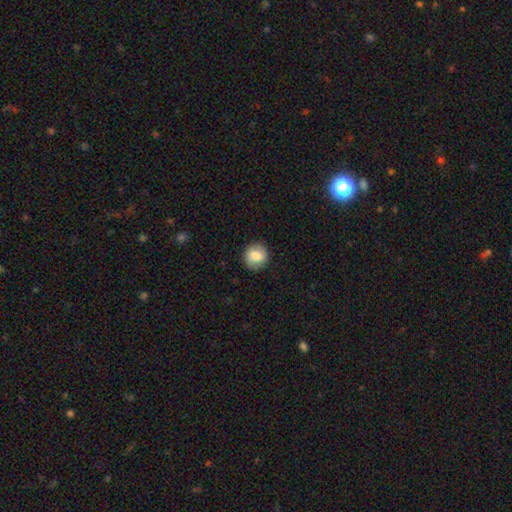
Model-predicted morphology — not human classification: Q: Smooth or featured?
A: smooth (79%); runner-up: featured or disk (13%)
Q: How rounded?
A: round (86%); runner-up: in between (13%)
Q: Merging?
A: none (88%); runner-up: minor disturbance (8%)